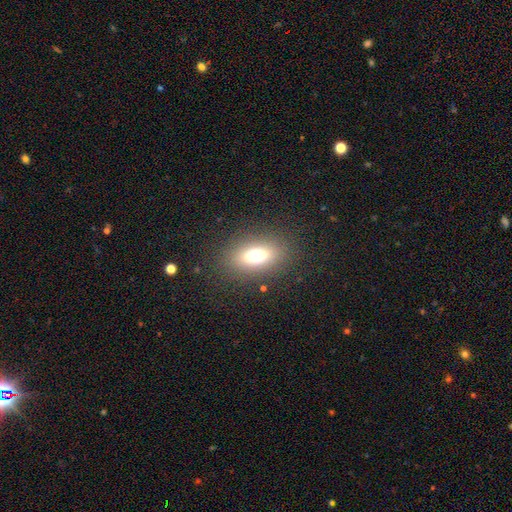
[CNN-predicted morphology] Smooth or featured? Predicted: smooth (p=0.67). How rounded? Predicted: in between (p=0.76). Merging? Predicted: none (p=0.83).